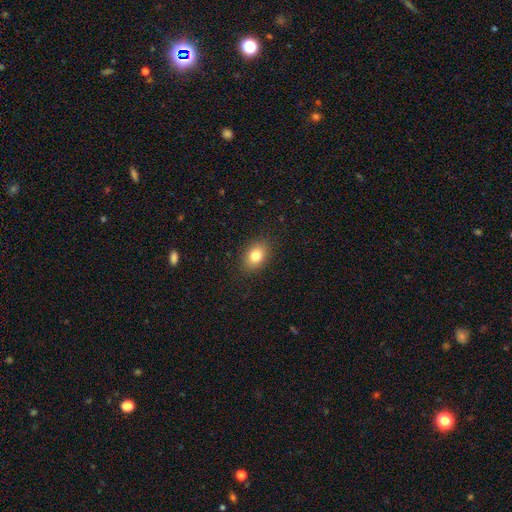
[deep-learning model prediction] smooth 81%, star or artifact 10%, featured or disk 9%. Down the decision tree: how rounded — in between (77%); merging — none (88%).